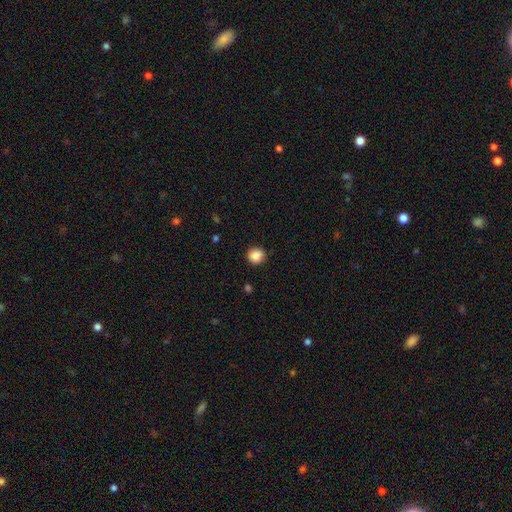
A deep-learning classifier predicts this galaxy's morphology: A smooth galaxy with no disk features (87%) that is round (90%).

Vote fractions:
- Smooth or featured? smooth: 87% / star or artifact: 9% / featured or disk: 3%
- How rounded? round: 90% / in between: 9% / cigar-shaped: 1%
- Merging? none: 89% / minor disturbance: 8% / major disturbance: 2% / merger: 1%